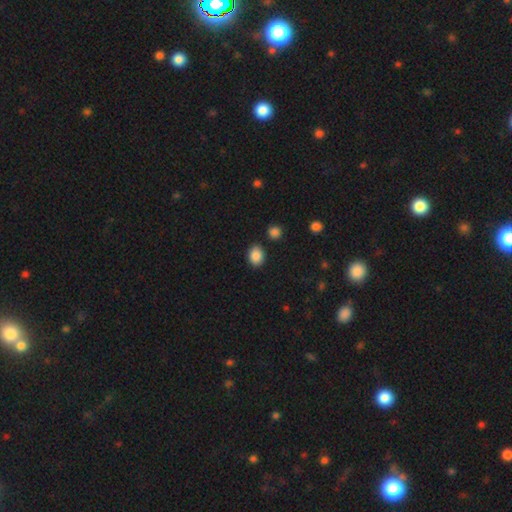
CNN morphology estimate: smooth-or-featured: smooth: 87% | star or artifact: 9% | featured or disk: 4%
  how-rounded: in between: 63% | round: 36% | cigar-shaped: 1%
  merging: none: 84% | minor disturbance: 10% | merger: 3% | major disturbance: 3%